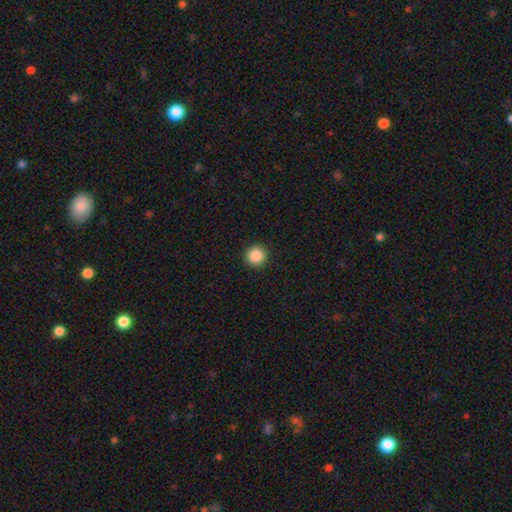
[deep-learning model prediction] Q: Smooth or featured?
A: smooth (87%); runner-up: star or artifact (9%)
Q: How rounded?
A: round (96%); runner-up: in between (3%)
Q: Merging?
A: none (93%); runner-up: minor disturbance (4%)